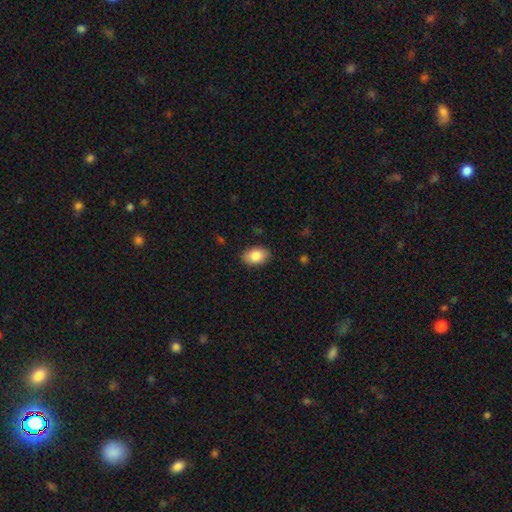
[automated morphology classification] A smooth galaxy with no disk features (85%) that is in between round and cigar-shaped (89%). Merging: none (87%).